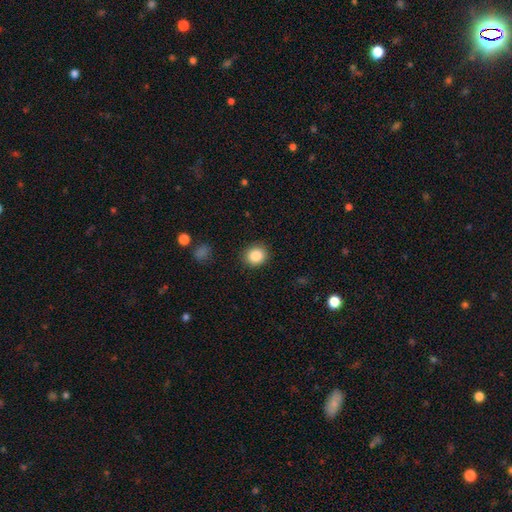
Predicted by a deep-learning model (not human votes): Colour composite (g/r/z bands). It shows a smooth galaxy with no disk features (86%) that is round (79%). Merging: none (89%).